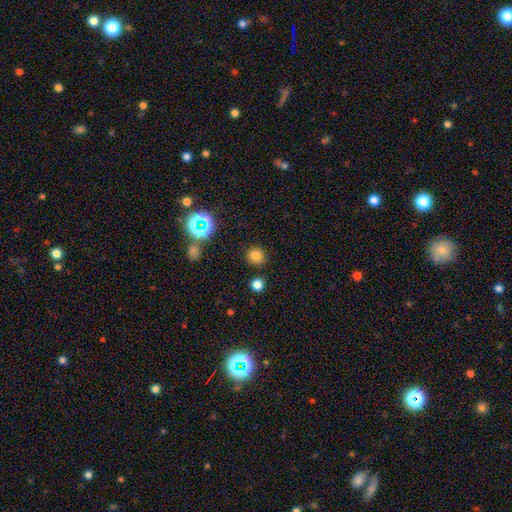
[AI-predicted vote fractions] Overall: smooth (77%). How rounded: round (91%). Merging: none (87%).